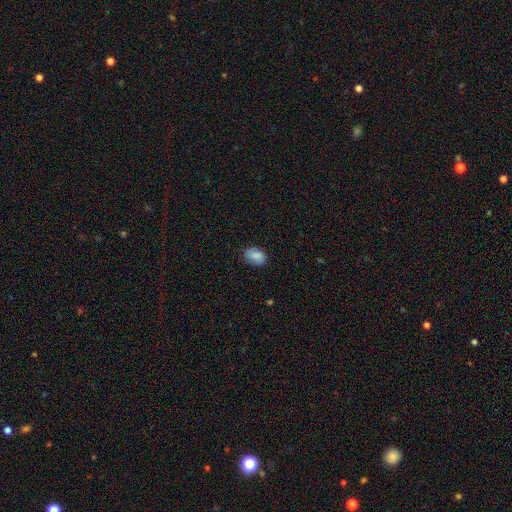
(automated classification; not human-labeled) Morphology: type=smooth (84%); roundness=in between (81%); merging=none (83%).